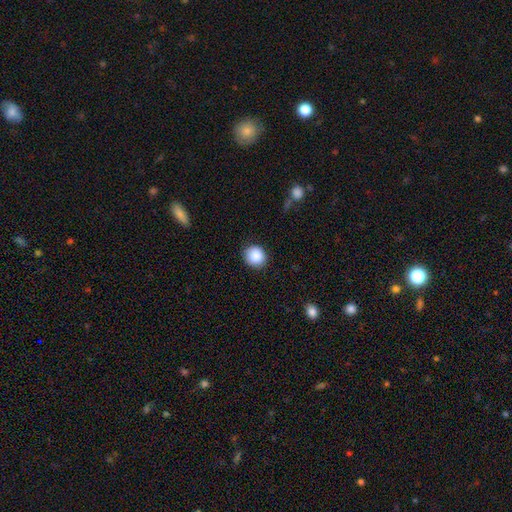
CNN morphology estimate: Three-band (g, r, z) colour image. It shows a smooth galaxy with no disk features (88%) that is round (85%). Merging: none (86%).